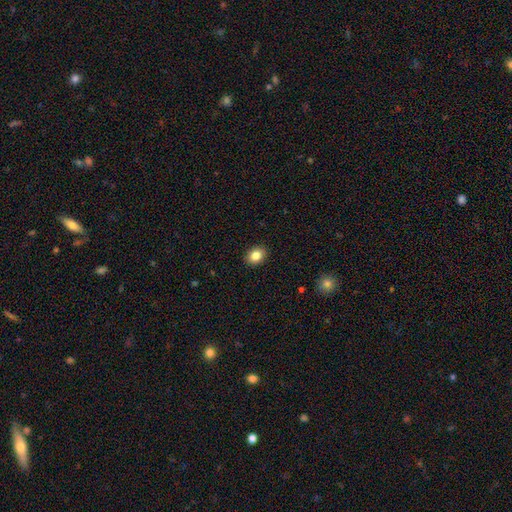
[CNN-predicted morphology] type=smooth (84%); roundness=in between (58%); merging=none (90%).